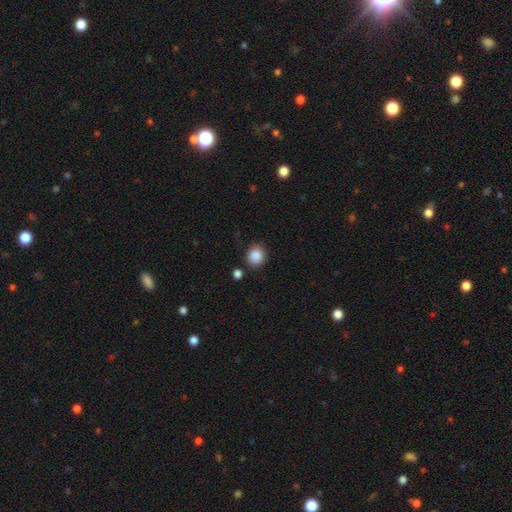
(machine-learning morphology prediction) This is clearly a smooth galaxy (88%). How rounded: likely round (73%). Merging: clearly none (82%).